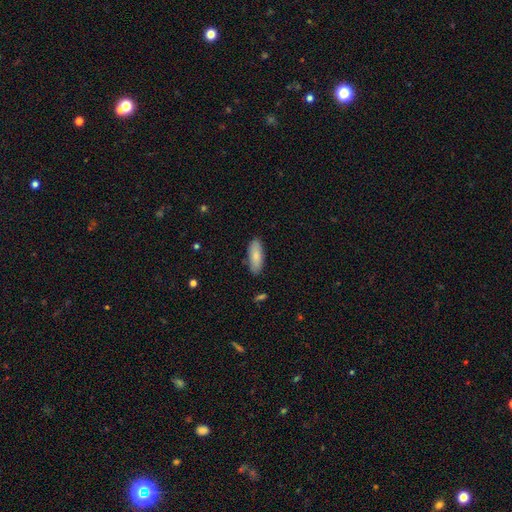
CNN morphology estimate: Smooth or featured? smooth (82%)
How rounded? in between (73%)
Merging? none (84%)